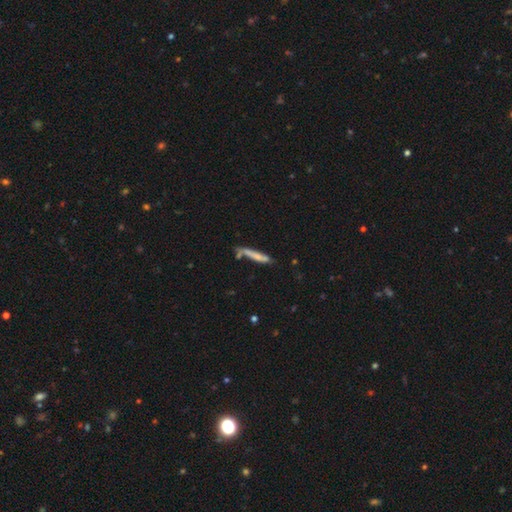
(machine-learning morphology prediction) The model was most divided on "smooth or featured": smooth: 64%, featured or disk: 29%, star or artifact: 7%. More confident: how rounded — cigar-shaped (93%); merging — none (60%).